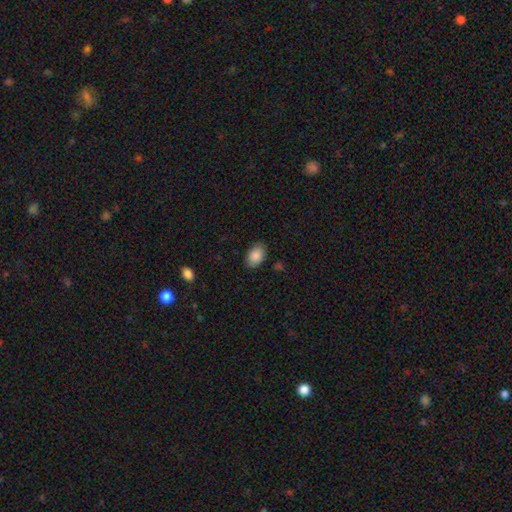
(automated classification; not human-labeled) smooth-or-featured: smooth: 87% | star or artifact: 7% | featured or disk: 6%
  how-rounded: in between: 85% | round: 14% | cigar-shaped: 1%
  merging: none: 86% | minor disturbance: 11% | major disturbance: 2% | merger: 1%